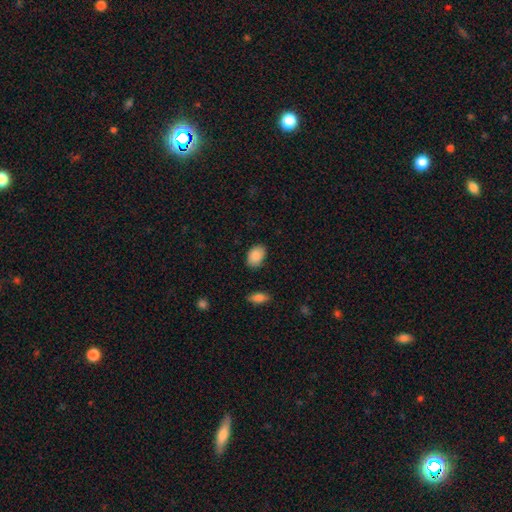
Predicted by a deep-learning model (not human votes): This appears to be a smooth galaxy with no disk features (89%) that is in between round and cigar-shaped (83%). Merging: none (83%).